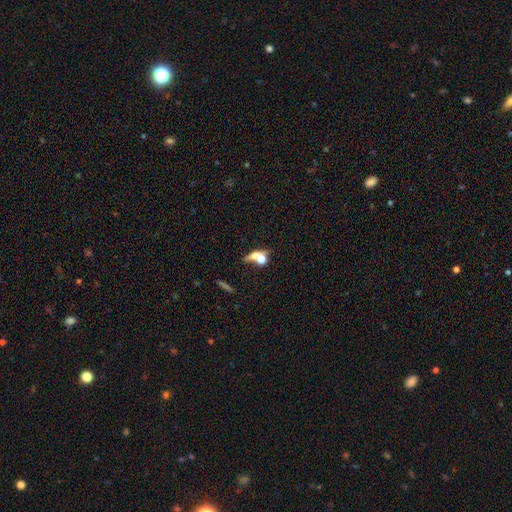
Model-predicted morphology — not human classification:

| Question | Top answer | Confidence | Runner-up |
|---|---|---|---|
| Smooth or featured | smooth | 57% | featured or disk (29%) |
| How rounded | round | 39% | in between (37%) |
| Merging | merger | 48% | none (35%) |